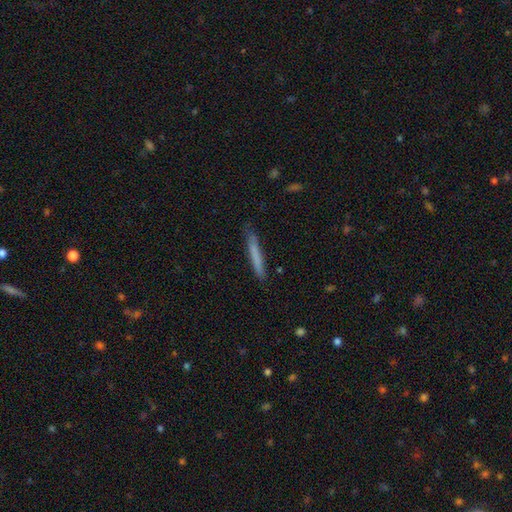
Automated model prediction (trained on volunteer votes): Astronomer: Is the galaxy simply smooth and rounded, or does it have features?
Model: smooth — 70%.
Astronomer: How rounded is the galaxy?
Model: cigar-shaped — 96%.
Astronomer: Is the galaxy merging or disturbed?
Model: none — 83%.